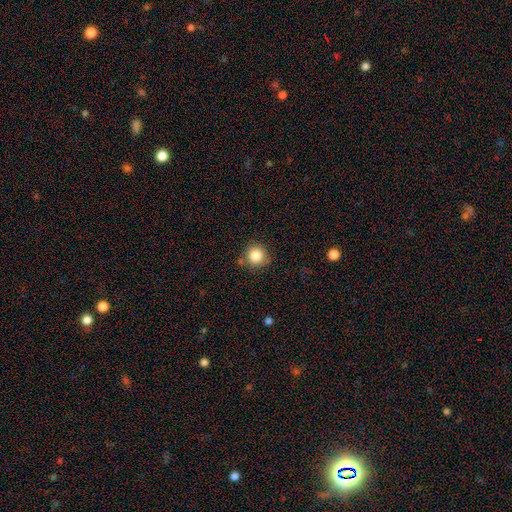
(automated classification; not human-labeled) Smooth or featured: smooth — 84% (star or artifact — 10%)
How rounded: round — 92% (in between — 7%)
Merging: none — 79% (minor disturbance — 13%)